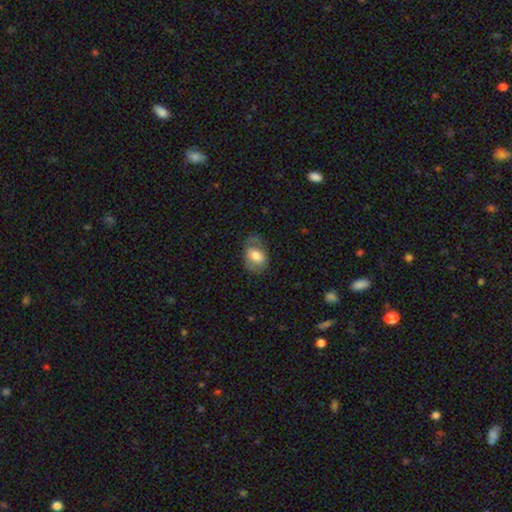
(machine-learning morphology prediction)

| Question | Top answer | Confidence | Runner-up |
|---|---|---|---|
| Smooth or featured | smooth | 63% | featured or disk (30%) |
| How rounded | in between | 80% | round (19%) |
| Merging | none | 52% | minor disturbance (27%) |